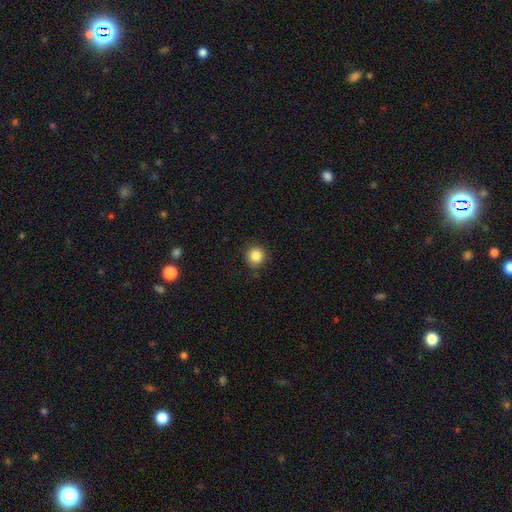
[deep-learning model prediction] This appears to be a smooth galaxy with no disk features (85%) that is round (93%). Merging: none (87%).